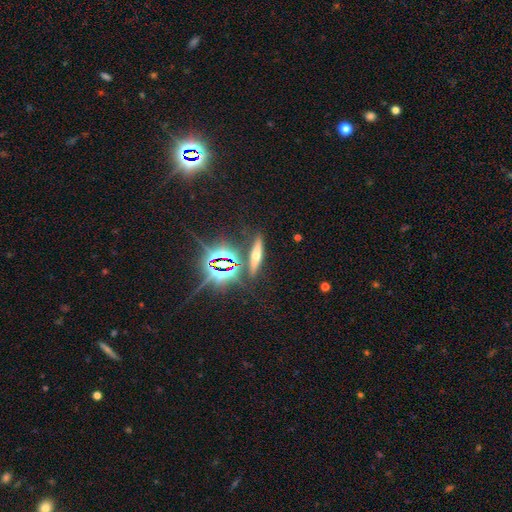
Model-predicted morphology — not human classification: This is marginally a featured or disk galaxy (36%). Merging: clearly none (83%).